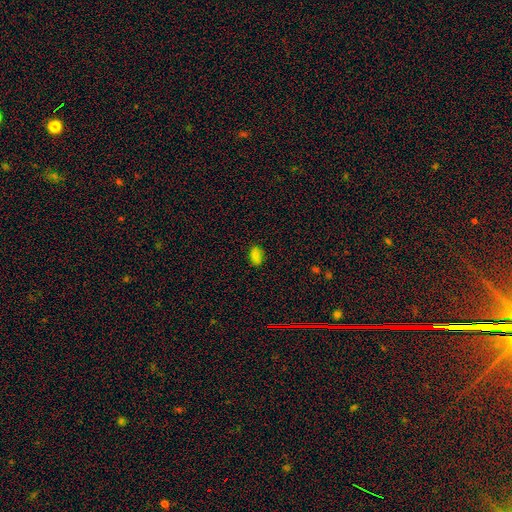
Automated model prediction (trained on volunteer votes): This appears to be a smooth galaxy with no disk features (80%) that is in between round and cigar-shaped (90%). Merging: none (83%).